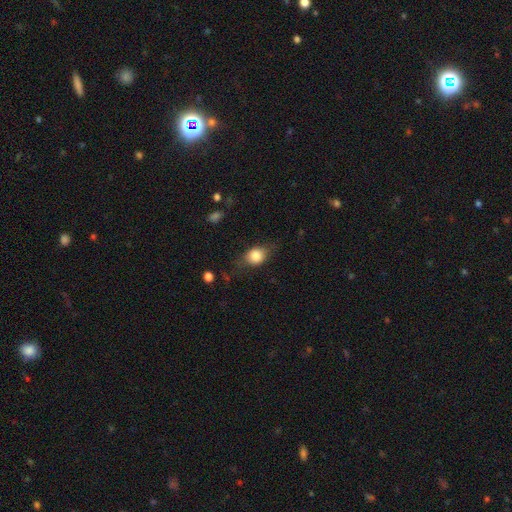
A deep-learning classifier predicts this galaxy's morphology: Smooth or featured?
  - smooth: 75% *
  - featured or disk: 17%
  - star or artifact: 8%
How rounded?
  - in between: 54% *
  - round: 44%
  - cigar-shaped: 2%
Merging?
  - none: 66% *
  - minor disturbance: 23%
  - major disturbance: 10%
  - merger: 1%